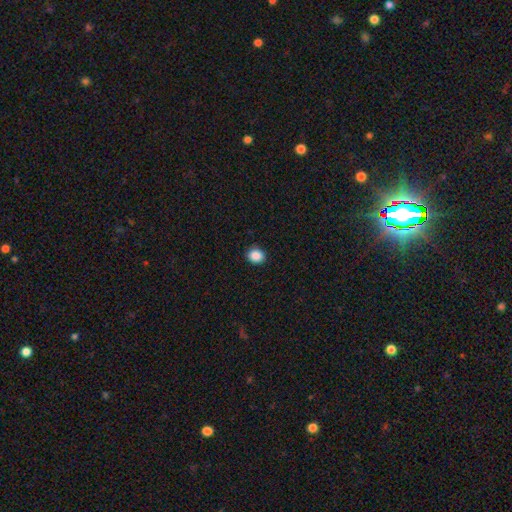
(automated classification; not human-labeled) Q: Smooth or featured?
A: smooth (88%); runner-up: star or artifact (9%)
Q: How rounded?
A: round (71%); runner-up: in between (28%)
Q: Merging?
A: none (90%); runner-up: minor disturbance (7%)